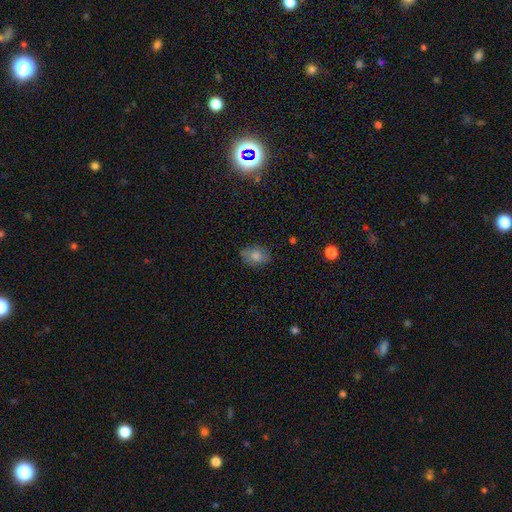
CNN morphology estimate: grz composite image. It shows a smooth galaxy with no disk features (71%) that is in between round and cigar-shaped (67%). Merging: none (79%).